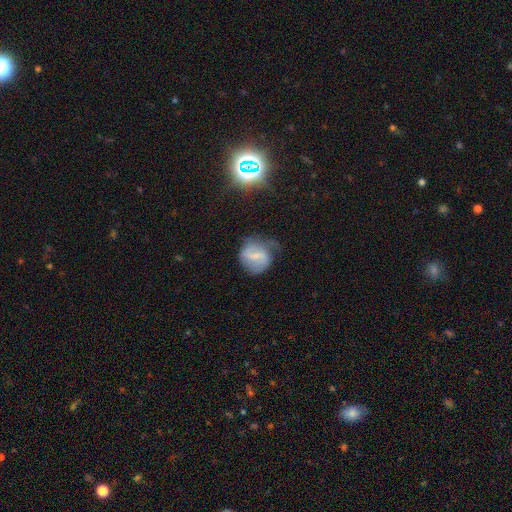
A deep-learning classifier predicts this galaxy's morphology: Smooth or featured? Predicted: featured or disk (p=0.54). Edge-on disk? Predicted: no (p=0.97). Bar? Predicted: weak (p=0.52). Spiral arms? Predicted: yes (p=0.79). Bulge size? Predicted: small (p=0.49). Merging? Predicted: none (p=0.45).